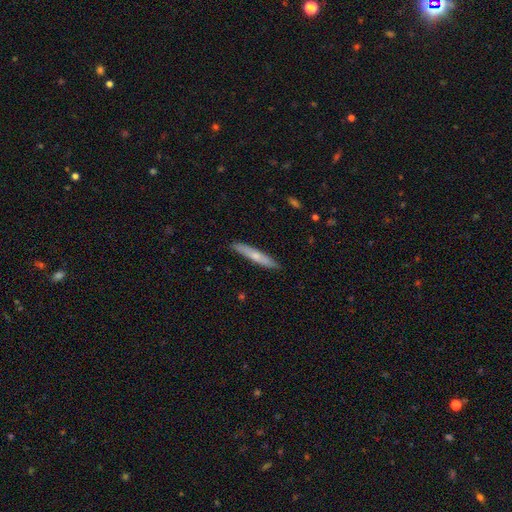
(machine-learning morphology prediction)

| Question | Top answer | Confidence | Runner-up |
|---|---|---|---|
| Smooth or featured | smooth | 55% | featured or disk (39%) |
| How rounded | cigar-shaped | 93% | in between (6%) |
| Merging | none | 89% | minor disturbance (9%) |